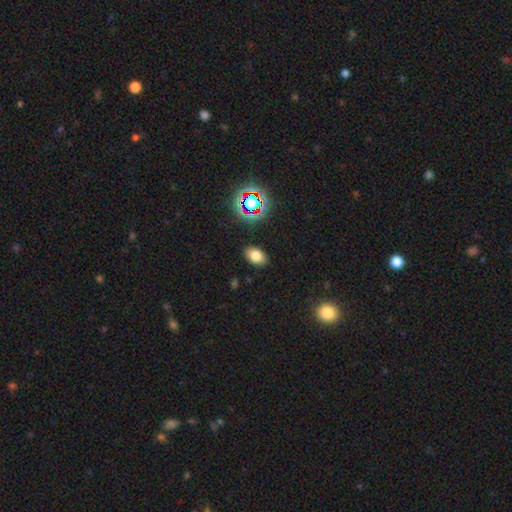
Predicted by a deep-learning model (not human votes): A smooth galaxy with no disk features (77%) that is in between round and cigar-shaped (84%). Merging: none (87%).